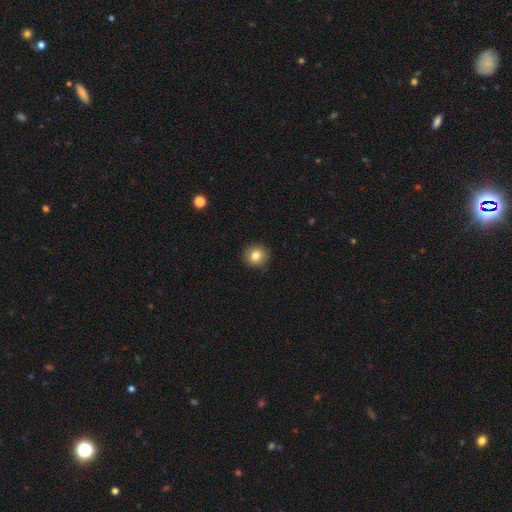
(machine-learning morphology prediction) Smooth or featured? smooth (82%)
How rounded? round (91%)
Merging? none (90%)